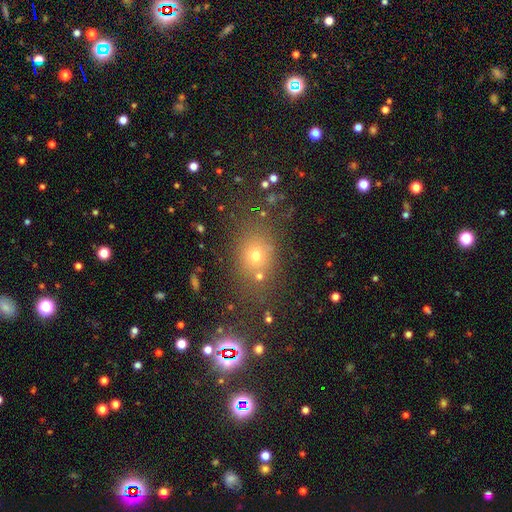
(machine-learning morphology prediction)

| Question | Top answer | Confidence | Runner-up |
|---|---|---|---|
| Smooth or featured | smooth | 61% | star or artifact (26%) |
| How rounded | round | 54% | in between (44%) |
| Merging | none | 72% | minor disturbance (12%) |